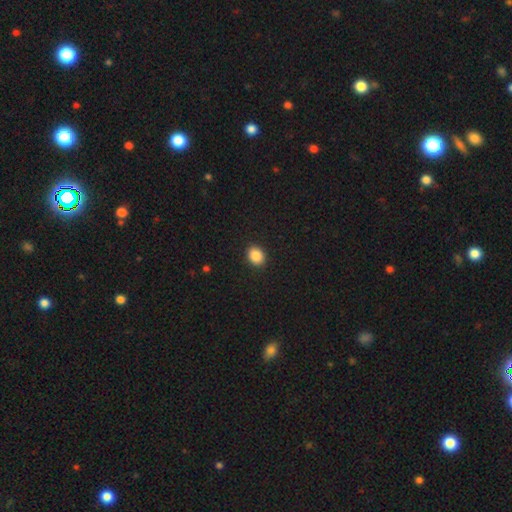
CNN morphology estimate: type=smooth (87%); roundness=in between (50%); merging=none (91%).